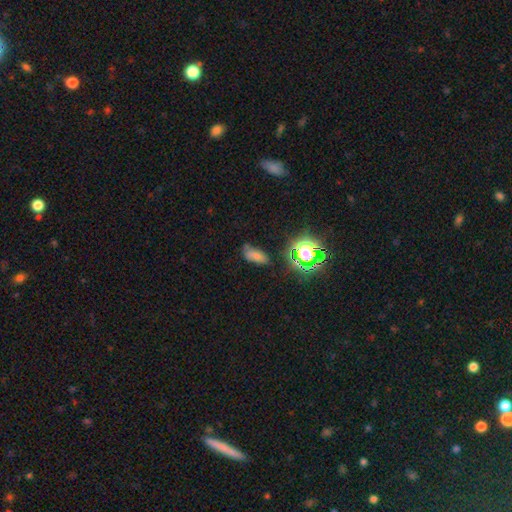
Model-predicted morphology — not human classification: smooth 65%, star or artifact 25%, featured or disk 11%. Down the decision tree: how rounded — in between (80%); merging — none (62%).